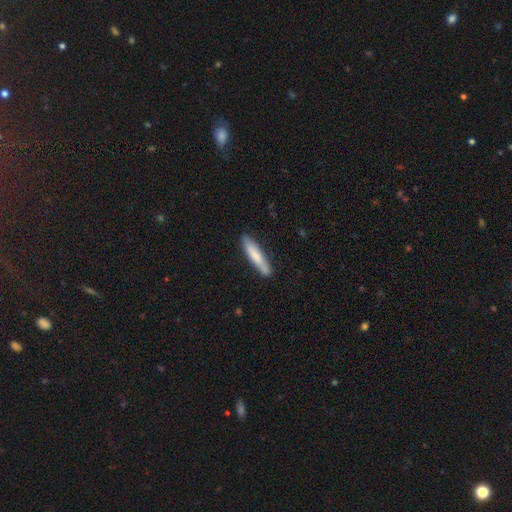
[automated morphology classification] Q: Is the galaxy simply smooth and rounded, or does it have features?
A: smooth — 74%.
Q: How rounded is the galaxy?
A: cigar-shaped — 86%.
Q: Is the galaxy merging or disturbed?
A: none — 84%.